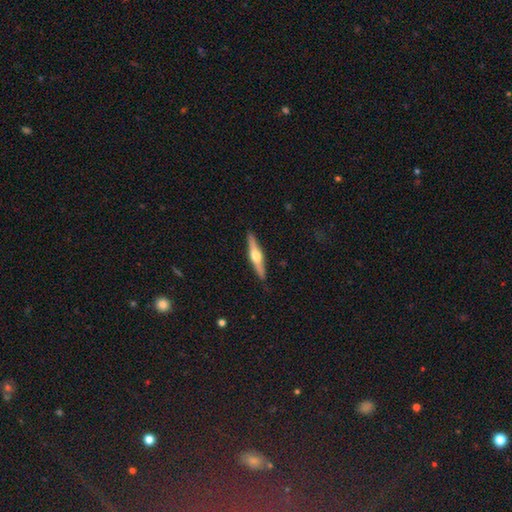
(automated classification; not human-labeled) A featured or disk galaxy (68%) viewed edge-on (97%) with a rounded central bulge (95%). Merging: none (90%).